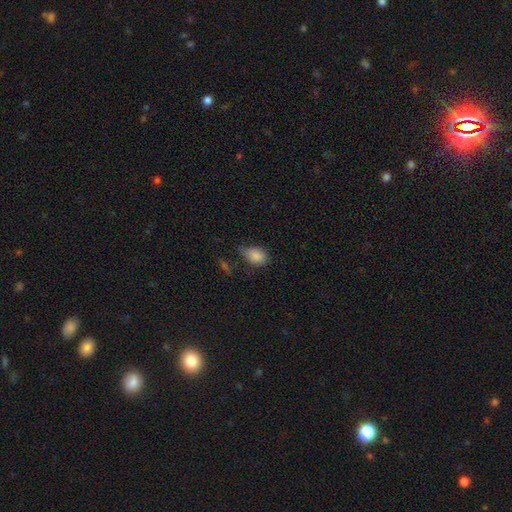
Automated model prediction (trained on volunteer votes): Smooth or featured? smooth (85%)
How rounded? in between (73%)
Merging? none (47%)